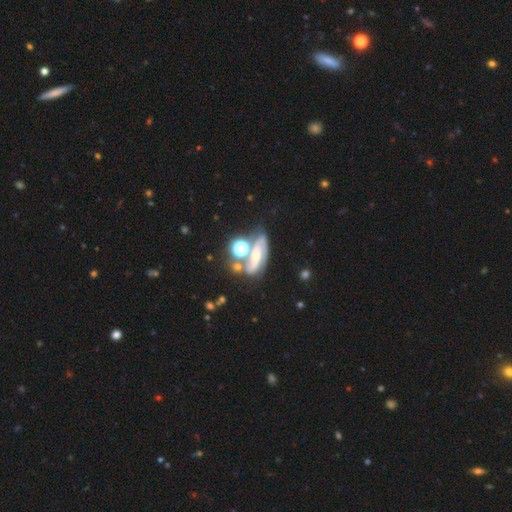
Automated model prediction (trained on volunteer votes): Smooth or featured? featured or disk (47%)
Merging? none (40%)